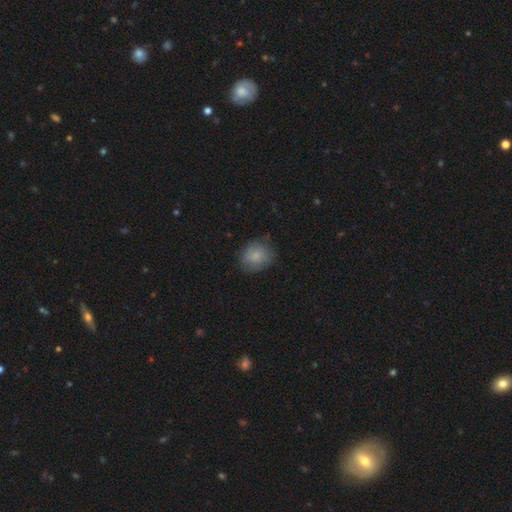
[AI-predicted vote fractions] The model was most divided on "how rounded": round: 65%, in between: 34%, cigar-shaped: 1%. More confident: smooth or featured — smooth (78%); merging — none (71%).